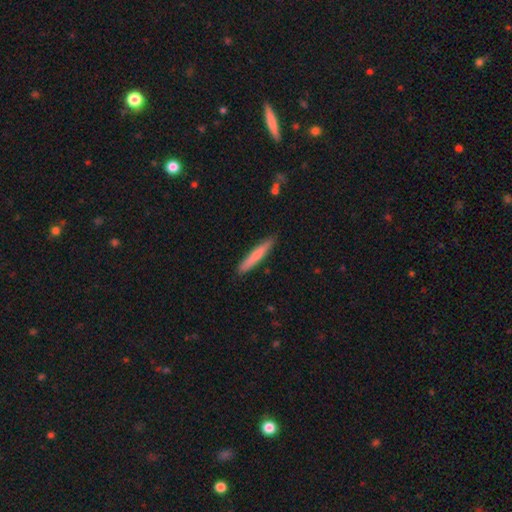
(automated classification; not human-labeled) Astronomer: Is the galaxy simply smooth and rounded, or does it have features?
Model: smooth — 75%.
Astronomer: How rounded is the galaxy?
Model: cigar-shaped — 94%.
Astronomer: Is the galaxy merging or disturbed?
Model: none — 88%.